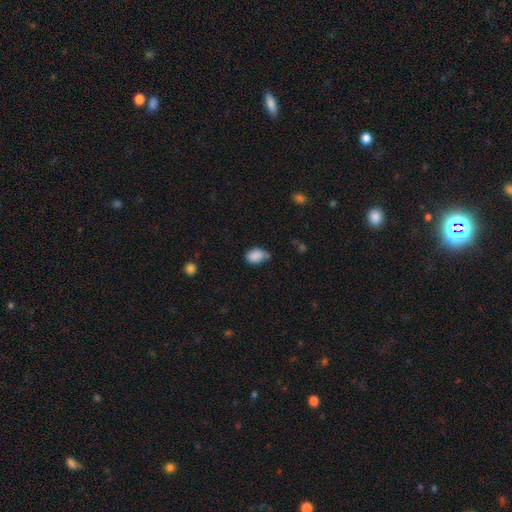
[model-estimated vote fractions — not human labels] smooth-or-featured: smooth: 86% | star or artifact: 9% | featured or disk: 5%
  how-rounded: in between: 68% | round: 31% | cigar-shaped: 1%
  merging: none: 50% | minor disturbance: 36% | major disturbance: 8% | merger: 6%